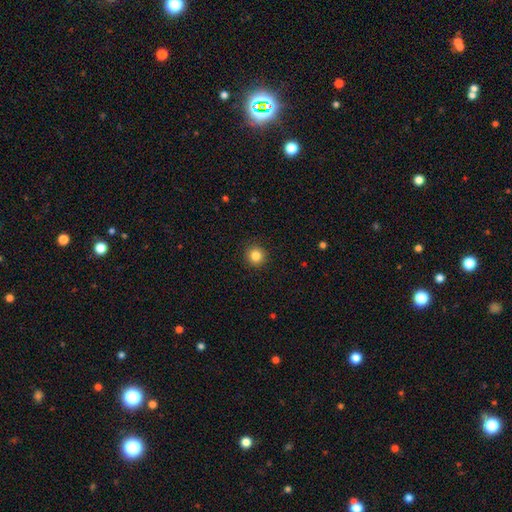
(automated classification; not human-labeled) A smooth galaxy with no disk features (83%) that is round (95%). Merging: none (92%).